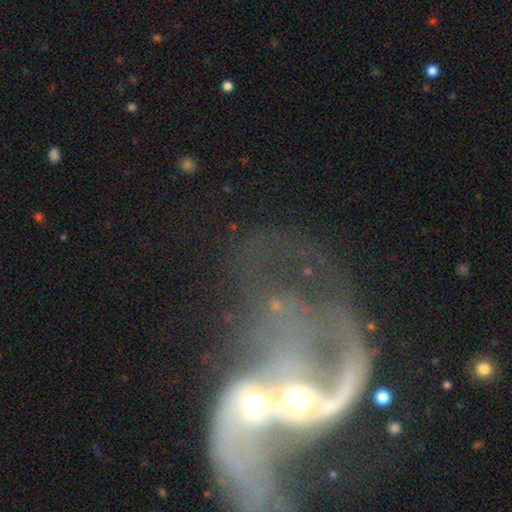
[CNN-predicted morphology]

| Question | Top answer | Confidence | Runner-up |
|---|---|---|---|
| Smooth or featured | featured or disk | 80% | smooth (10%) |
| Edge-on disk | no | 97% | yes (3%) |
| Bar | no | 57% | weak (28%) |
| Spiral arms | yes | 79% | no (21%) |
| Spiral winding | loose | 71% | medium (22%) |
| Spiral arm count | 2 | 63% | 1 (13%) |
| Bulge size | moderate | 51% | small (34%) |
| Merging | merger | 74% | major disturbance (13%) |